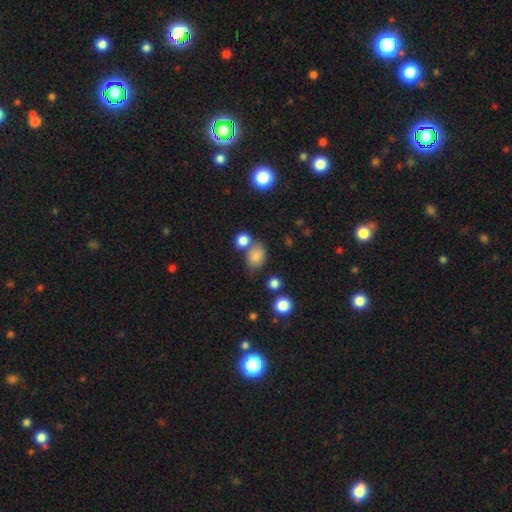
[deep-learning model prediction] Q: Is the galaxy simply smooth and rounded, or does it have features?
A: smooth — 81%.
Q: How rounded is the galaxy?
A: in between — 60%.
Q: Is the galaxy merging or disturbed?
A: none — 55%.